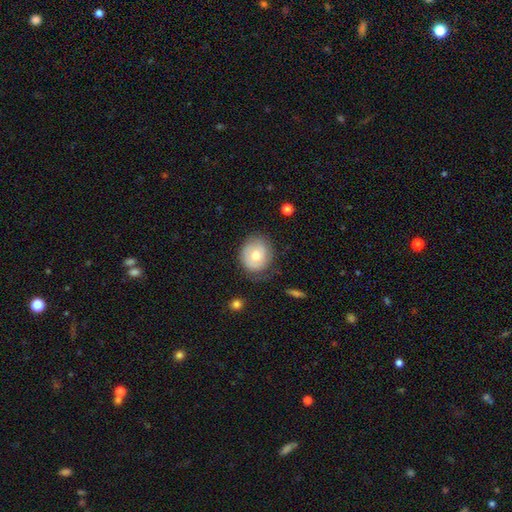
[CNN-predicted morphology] This appears to be a smooth galaxy with no disk features (61%) that is round (78%). Merging: none (69%).